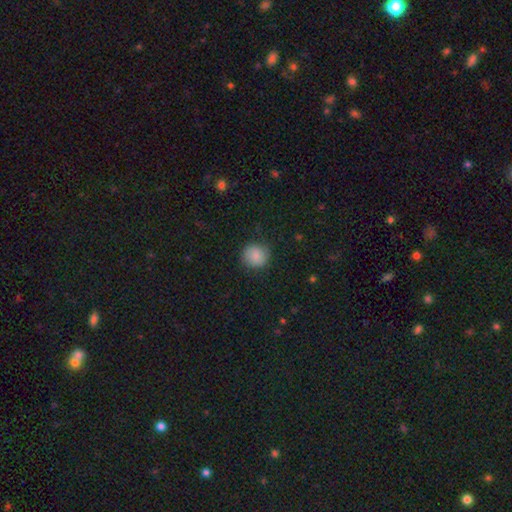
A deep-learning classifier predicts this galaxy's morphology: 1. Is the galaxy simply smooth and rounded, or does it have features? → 84% smooth, 9% star or artifact, 7% featured or disk.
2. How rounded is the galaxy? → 90% round, 9% in between, 1% cigar-shaped.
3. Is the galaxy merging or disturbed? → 84% none, 12% minor disturbance, 4% major disturbance, 1% merger.